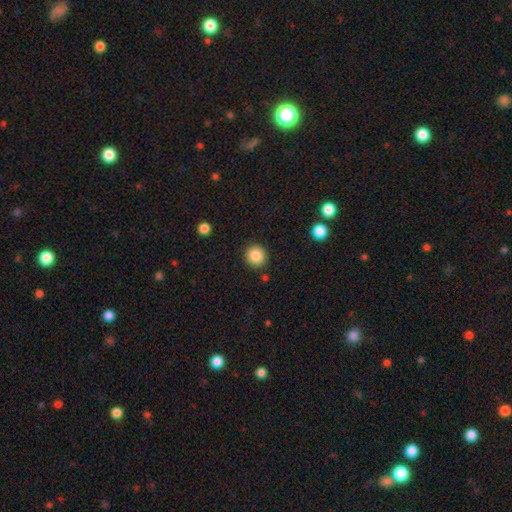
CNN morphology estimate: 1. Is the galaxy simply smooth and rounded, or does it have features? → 86% smooth, 9% star or artifact, 5% featured or disk.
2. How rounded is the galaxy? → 92% round, 8% in between, 1% cigar-shaped.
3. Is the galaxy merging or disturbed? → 90% none, 6% minor disturbance, 2% major disturbance, 2% merger.